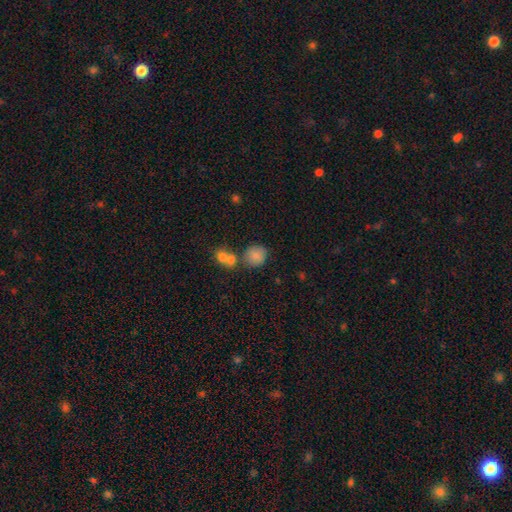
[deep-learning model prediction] This is clearly a smooth galaxy (82%). How rounded: clearly round (81%). Merging: possibly none (60%).